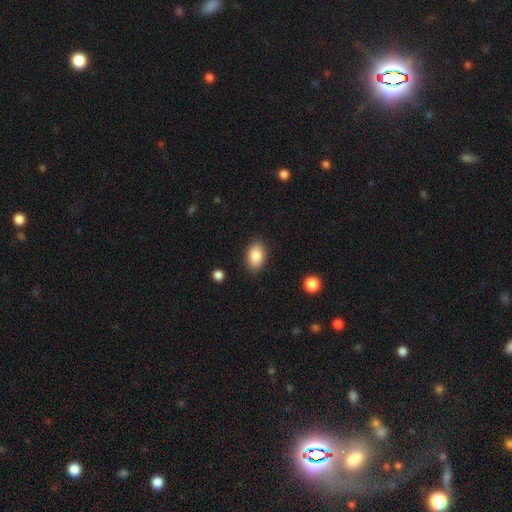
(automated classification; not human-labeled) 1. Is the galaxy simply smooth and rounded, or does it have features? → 85% smooth, 7% star or artifact, 7% featured or disk.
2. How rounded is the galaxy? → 87% in between, 12% round, 1% cigar-shaped.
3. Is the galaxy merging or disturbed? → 87% none, 10% minor disturbance, 2% major disturbance, 1% merger.